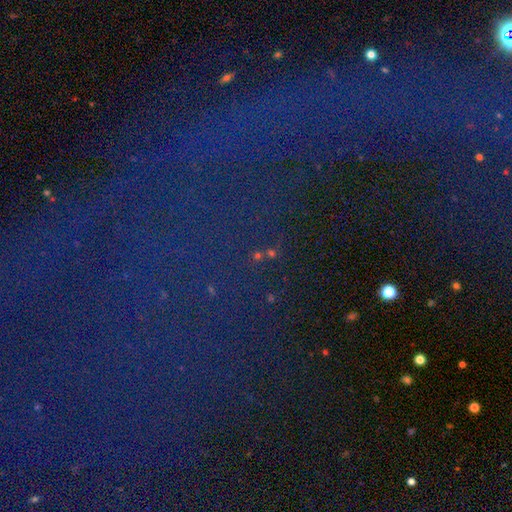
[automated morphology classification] star or artifact 81%, smooth 10%, featured or disk 9%.